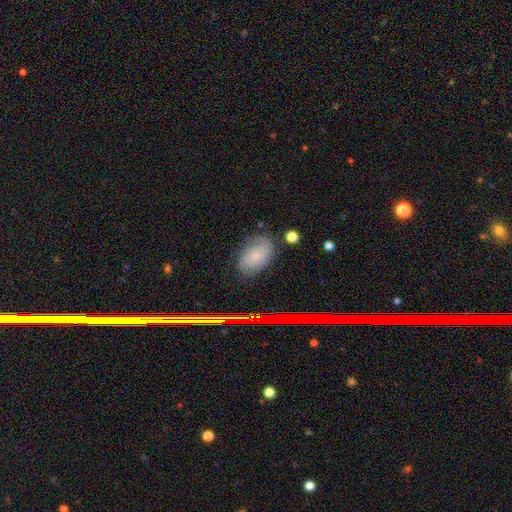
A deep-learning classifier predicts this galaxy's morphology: The model was most divided on "smooth or featured": featured or disk: 44%, smooth: 42%, star or artifact: 13%. More confident: merging — none (70%).